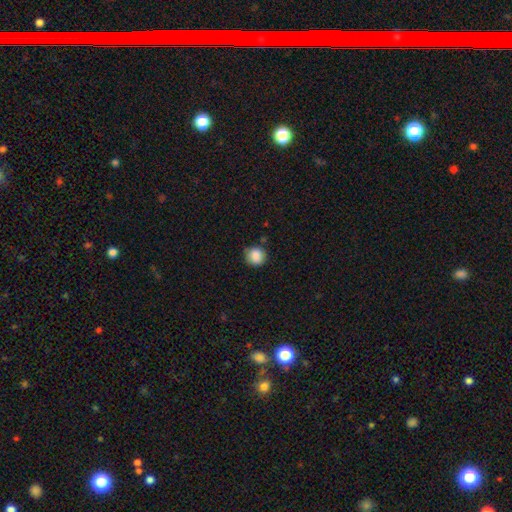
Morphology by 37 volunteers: Q: Smooth or featured?
A: smooth (95%); runner-up: star or artifact (5%)
Q: How rounded?
A: round (97%); runner-up: in between (3%)
Q: Merging?
A: none (83%); runner-up: minor disturbance (9%)